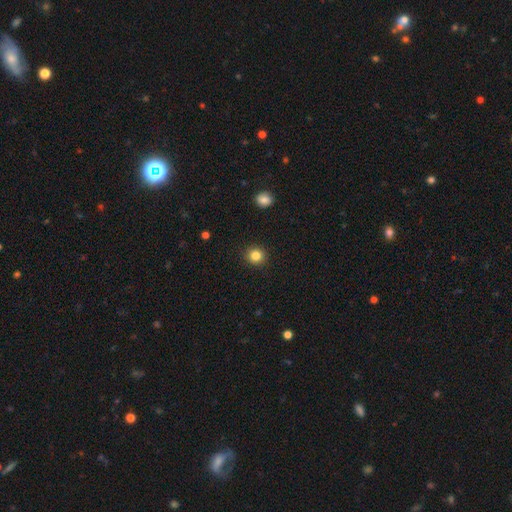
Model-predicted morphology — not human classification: Q: Smooth or featured?
A: smooth (84%); runner-up: star or artifact (11%)
Q: How rounded?
A: round (92%); runner-up: in between (7%)
Q: Merging?
A: none (92%); runner-up: minor disturbance (5%)